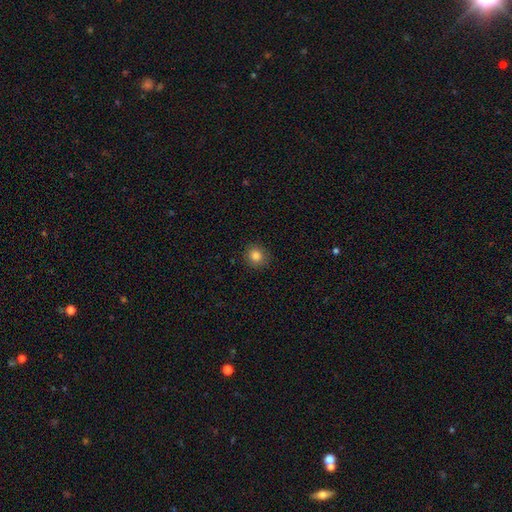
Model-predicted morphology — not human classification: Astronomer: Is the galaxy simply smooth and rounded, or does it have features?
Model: smooth — 83%.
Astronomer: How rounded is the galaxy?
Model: round — 88%.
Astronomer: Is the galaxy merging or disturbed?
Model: none — 90%.